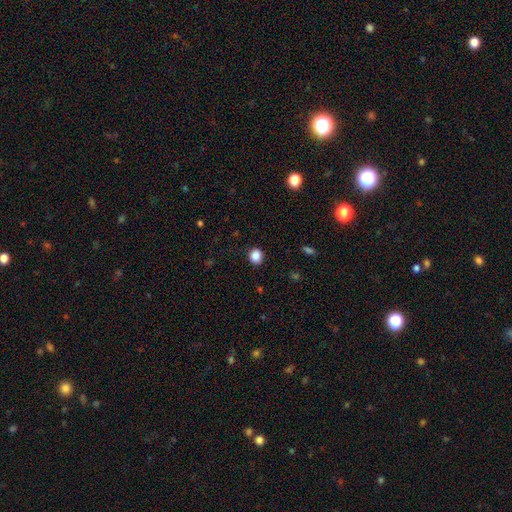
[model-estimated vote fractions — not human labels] smooth 86%, star or artifact 10%, featured or disk 3%. Down the decision tree: how rounded — round (78%); merging — none (90%).